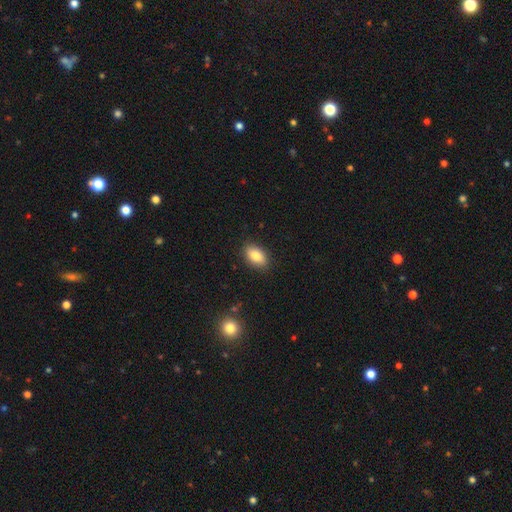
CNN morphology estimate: This is clearly a smooth galaxy (84%). How rounded: clearly in between (91%). Merging: clearly none (88%).